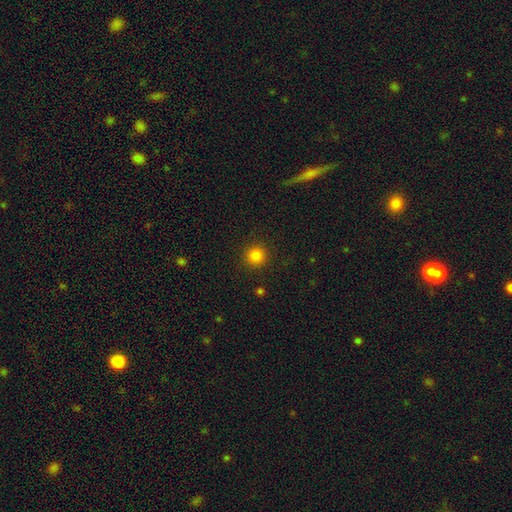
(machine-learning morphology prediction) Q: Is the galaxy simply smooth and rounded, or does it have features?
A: smooth — 83%.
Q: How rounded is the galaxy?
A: round — 94%.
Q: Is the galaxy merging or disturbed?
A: none — 92%.